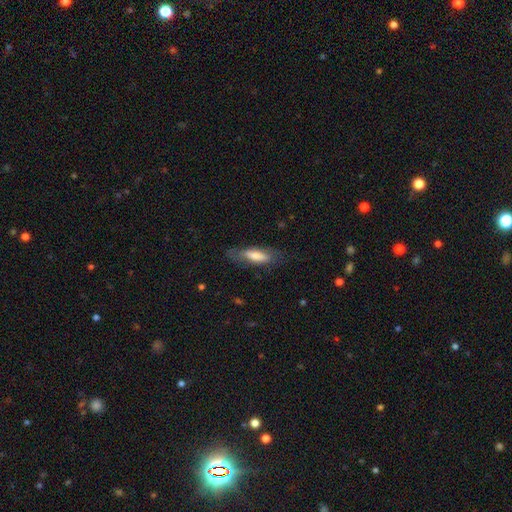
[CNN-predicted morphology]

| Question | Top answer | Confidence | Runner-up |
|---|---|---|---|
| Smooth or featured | smooth | 62% | featured or disk (32%) |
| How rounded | in between | 50% | cigar-shaped (48%) |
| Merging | none | 70% | minor disturbance (20%) |